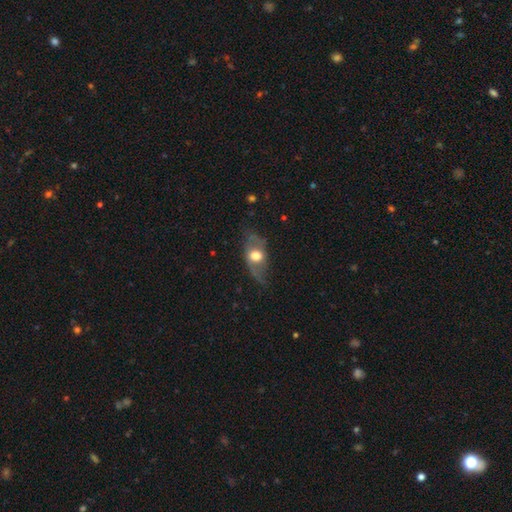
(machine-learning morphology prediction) A featured or disk galaxy (48%).

Vote fractions:
- Smooth or featured? featured or disk: 48% / smooth: 44% / star or artifact: 8%
- Merging? none: 58% / minor disturbance: 25% / major disturbance: 15% / merger: 2%